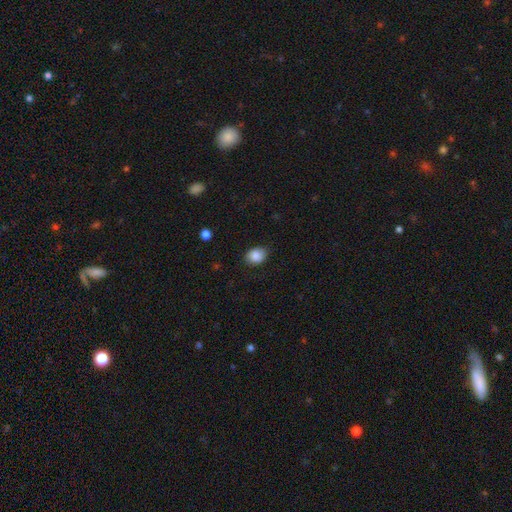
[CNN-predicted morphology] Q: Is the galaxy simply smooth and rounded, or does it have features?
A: smooth — 85%.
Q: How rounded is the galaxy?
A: in between — 58%.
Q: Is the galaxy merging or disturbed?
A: none — 79%.